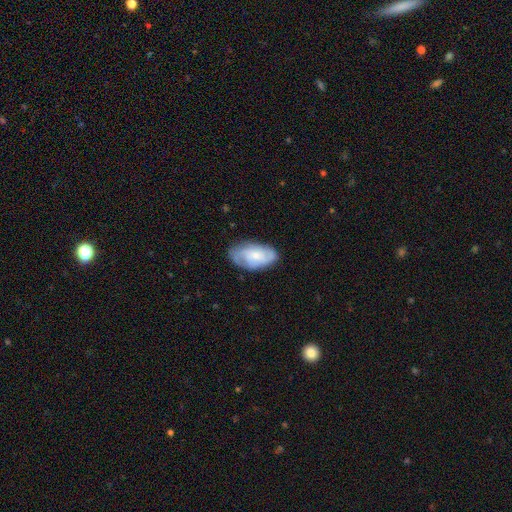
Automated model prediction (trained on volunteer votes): smooth-or-featured: featured or disk: 51% | smooth: 43% | star or artifact: 6%
  disk-edge-on: no: 94% | yes: 6%
  merging: none: 66% | minor disturbance: 25% | major disturbance: 7% | merger: 1%